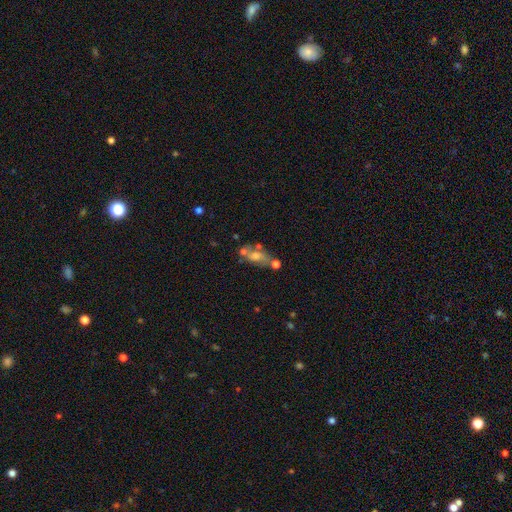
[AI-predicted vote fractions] This is marginally a featured or disk galaxy (44%). Merging: marginally none (42%).